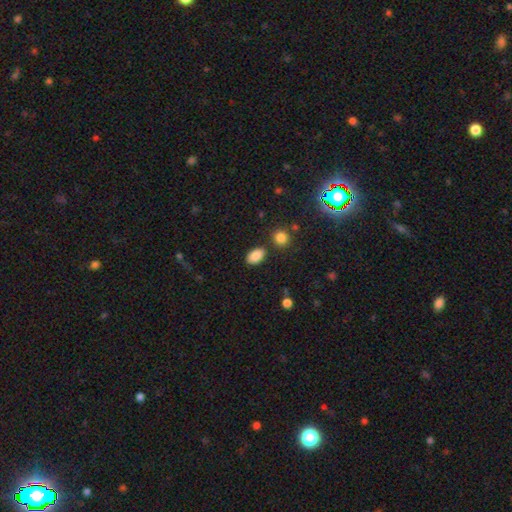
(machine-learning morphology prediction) This is clearly a smooth galaxy (87%). How rounded: clearly in between (91%). Merging: clearly none (83%).